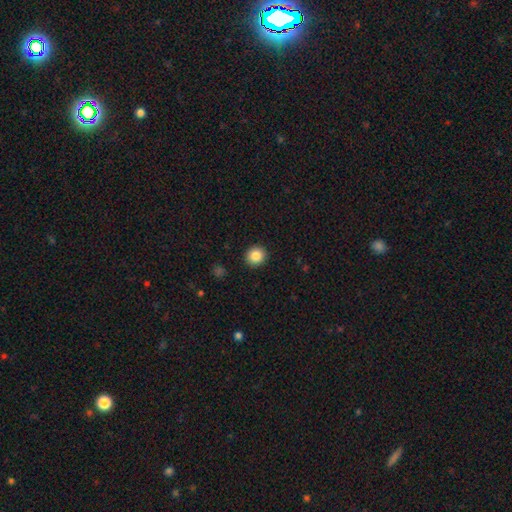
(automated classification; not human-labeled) smooth_or_featured: smooth (p=0.86) [alt: star or artifact p=0.09]
how_rounded: round (p=0.89) [alt: in between p=0.10]
merging: none (p=0.92) [alt: minor disturbance p=0.05]